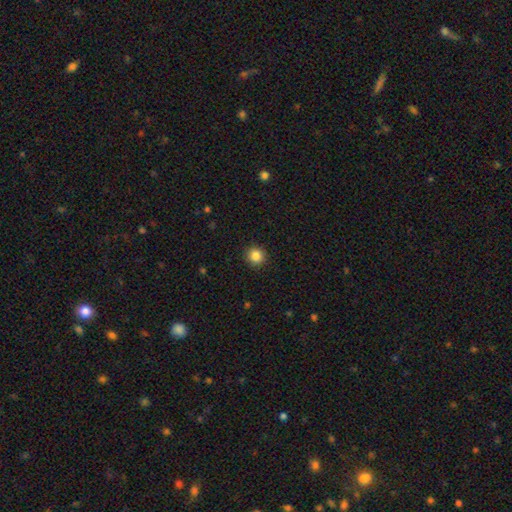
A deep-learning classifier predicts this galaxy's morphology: The model was most divided on "smooth or featured": smooth: 85%, star or artifact: 11%, featured or disk: 4%. More confident: how rounded — round (92%); merging — none (92%).